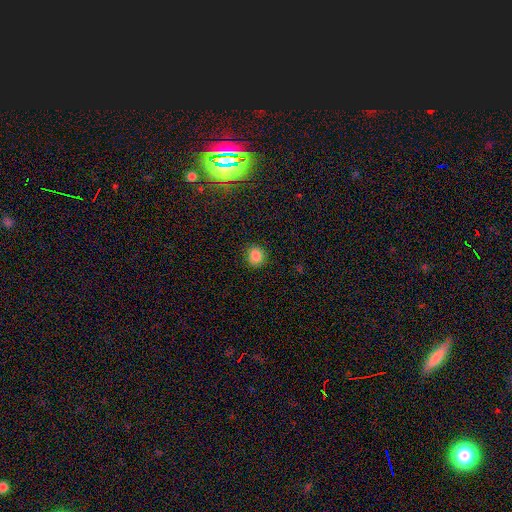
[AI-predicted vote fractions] Smooth or featured? smooth (85%)
How rounded? round (78%)
Merging? none (89%)